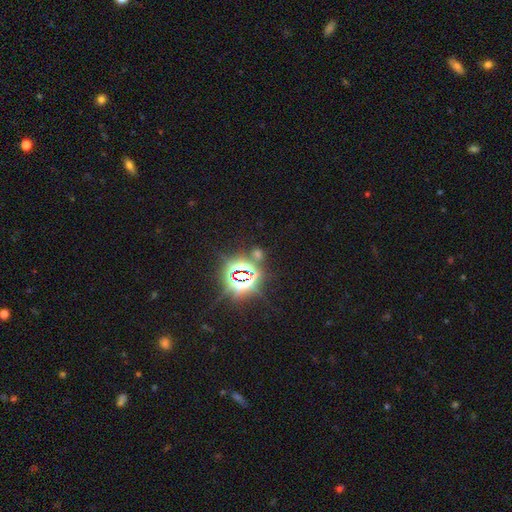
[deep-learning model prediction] Smooth or featured?
  - star or artifact: 83% *
  - smooth: 10%
  - featured or disk: 7%